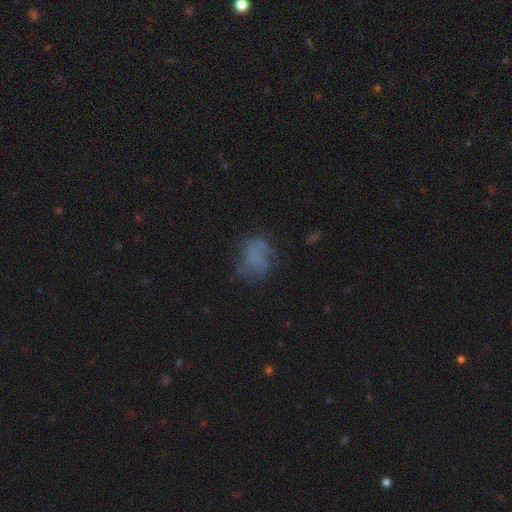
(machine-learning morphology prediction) smooth 60%, featured or disk 25%, star or artifact 15%. Down the decision tree: how rounded — in between (55%); merging — none (52%).